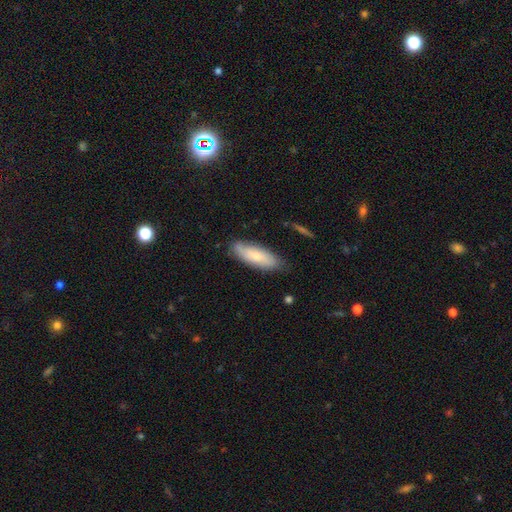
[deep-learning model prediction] Overall: smooth (67%). How rounded: in between (63%; cigar-shaped 35%). Merging: none (78%).